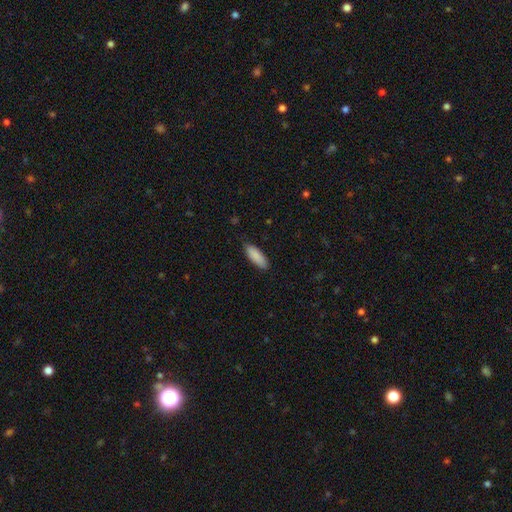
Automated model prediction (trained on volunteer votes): This appears to be a smooth galaxy with no disk features (89%) that is in between round and cigar-shaped (66%). Merging: none (81%).